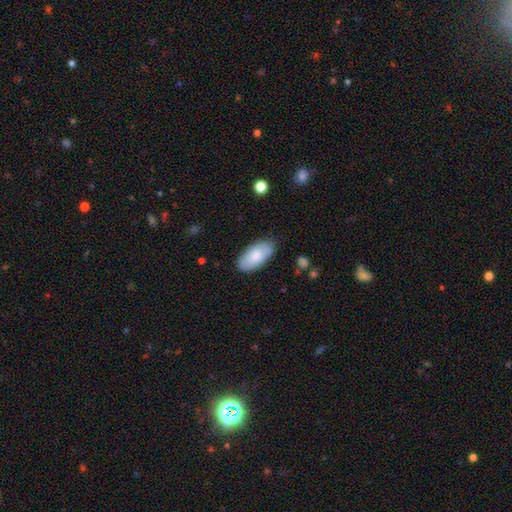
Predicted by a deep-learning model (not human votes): Smooth or featured? Predicted: smooth (p=0.80). How rounded? Predicted: in between (p=0.94). Merging? Predicted: none (p=0.84).